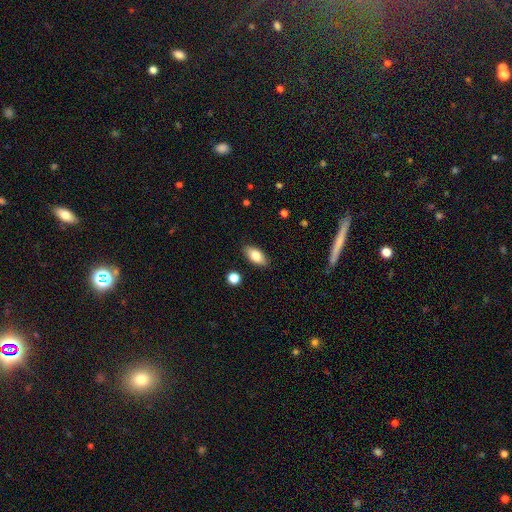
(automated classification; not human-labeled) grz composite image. It shows a smooth galaxy with no disk features (80%) that is in between round and cigar-shaped (89%). Merging: none (87%).